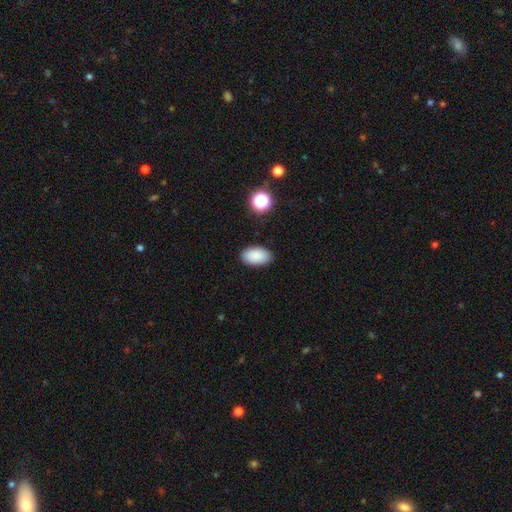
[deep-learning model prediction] The model was most divided on "merging": none: 87%, minor disturbance: 9%, major disturbance: 2%, merger: 1%. More confident: how rounded — in between (94%); smooth or featured — smooth (87%).